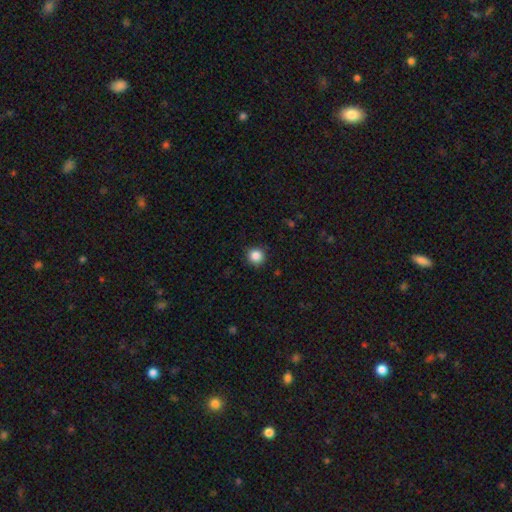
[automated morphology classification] A smooth galaxy with no disk features (86%) that is round (94%). Merging: none (89%).